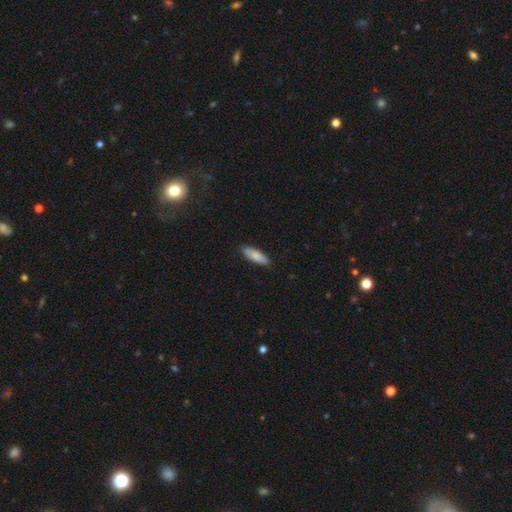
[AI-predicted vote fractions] Morphology: type=smooth (84%); roundness=in between (53%); merging=none (88%).